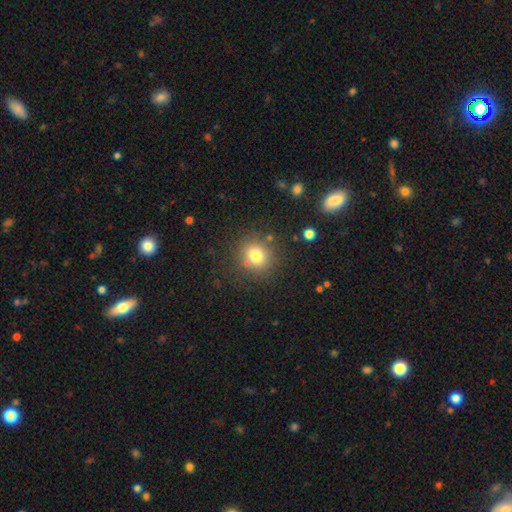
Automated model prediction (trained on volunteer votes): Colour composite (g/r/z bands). It shows a smooth galaxy with no disk features (77%) that is round (83%). Merging: none (80%).